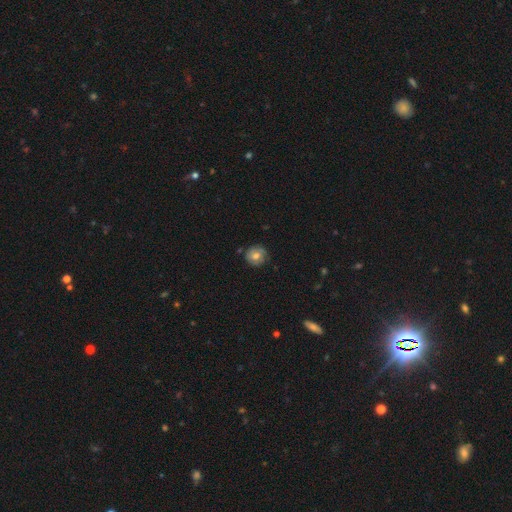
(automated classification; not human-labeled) A smooth galaxy with no disk features (68%) that is round (91%).

Vote fractions:
- Smooth or featured? smooth: 68% / featured or disk: 23% / star or artifact: 9%
- How rounded? round: 91% / in between: 8% / cigar-shaped: 1%
- Merging? none: 80% / minor disturbance: 15% / major disturbance: 3% / merger: 2%